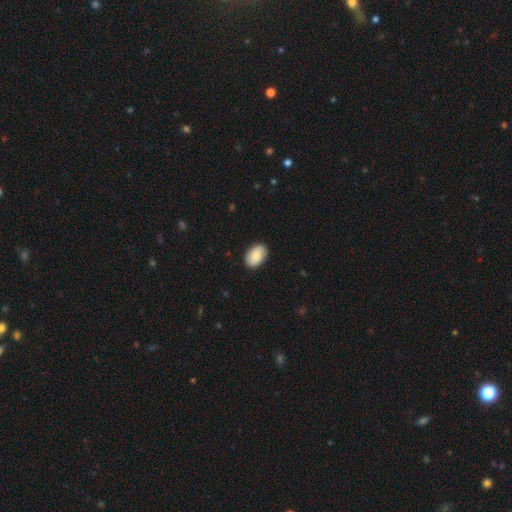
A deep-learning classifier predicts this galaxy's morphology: type=smooth (82%); roundness=in between (88%); merging=none (86%).